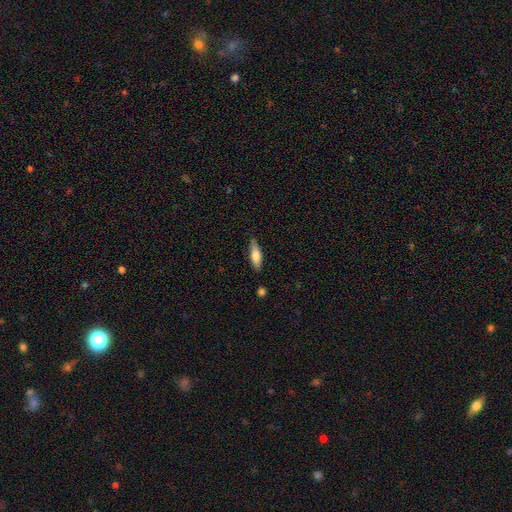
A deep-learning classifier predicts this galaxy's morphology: Smooth or featured? Predicted: smooth (p=0.72). How rounded? Predicted: cigar-shaped (p=0.53). Merging? Predicted: none (p=0.79).